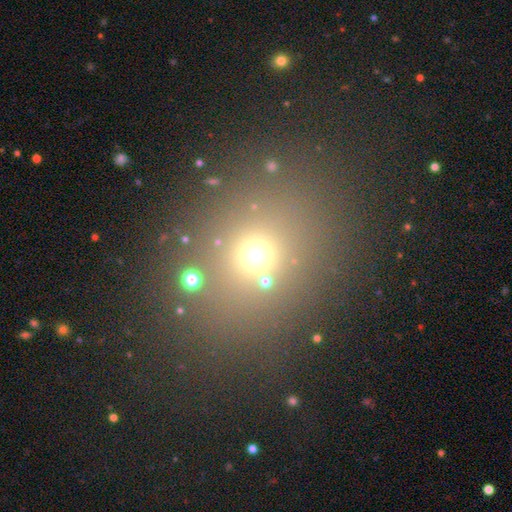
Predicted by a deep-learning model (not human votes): Overall: smooth (62%; star or artifact 29%). How rounded: round (70%). Merging: none (80%).